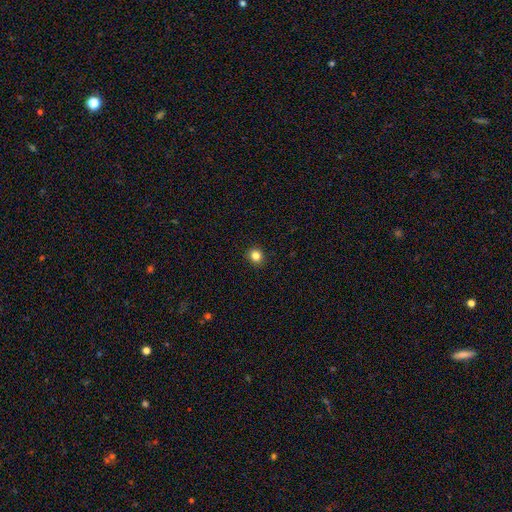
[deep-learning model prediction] Smooth or featured: smooth — 83% (star or artifact — 12%)
How rounded: round — 89% (in between — 10%)
Merging: none — 92% (minor disturbance — 5%)